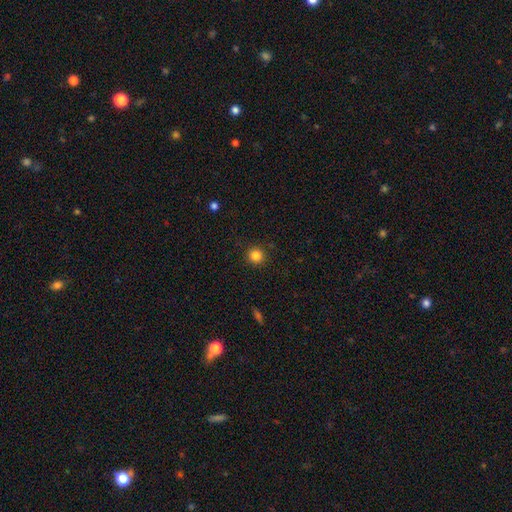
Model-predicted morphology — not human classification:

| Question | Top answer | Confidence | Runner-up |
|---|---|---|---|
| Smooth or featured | smooth | 84% | star or artifact (12%) |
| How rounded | round | 94% | in between (5%) |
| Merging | none | 91% | minor disturbance (6%) |